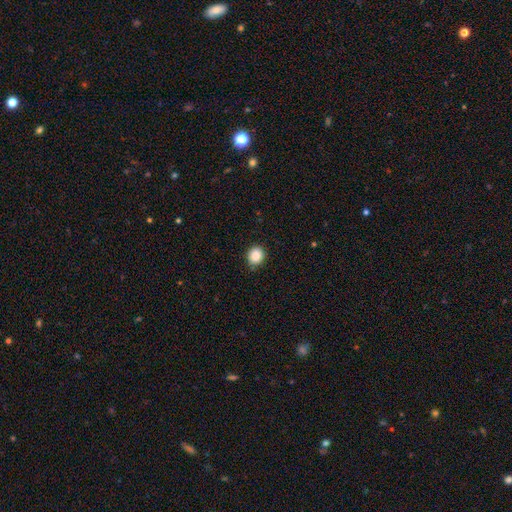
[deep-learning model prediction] Smooth or featured? Predicted: smooth (p=0.88). How rounded? Predicted: round (p=0.81). Merging? Predicted: none (p=0.88).